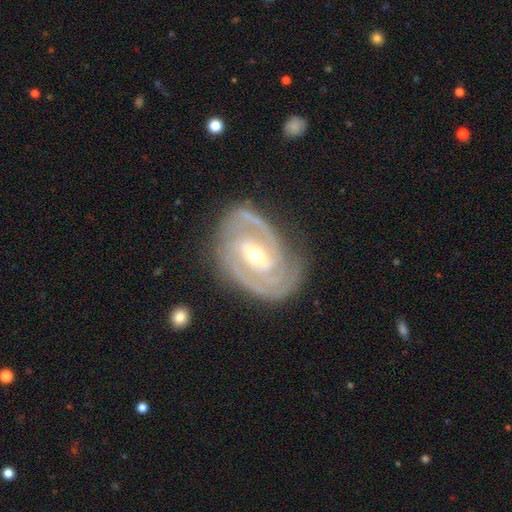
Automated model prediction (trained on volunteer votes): Smooth or featured? Predicted: featured or disk (p=0.91). Edge-on disk? Predicted: no (p=0.97). Bar? Predicted: weak (p=0.43). Spiral arms? Predicted: yes (p=0.98). Spiral winding? Predicted: tight (p=0.64). Spiral arm count? Predicted: 2 (p=0.58). Bulge size? Predicted: moderate (p=0.60). Merging? Predicted: none (p=0.78).